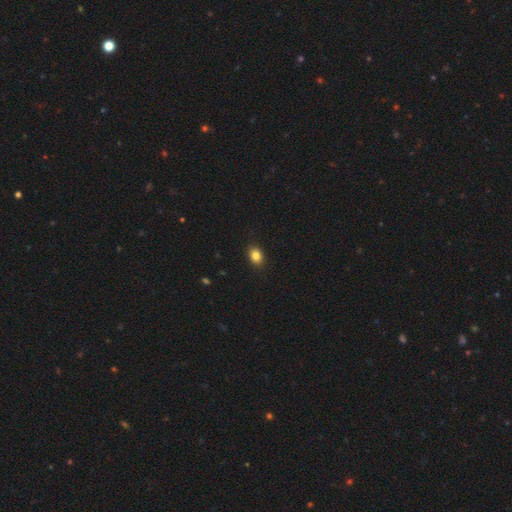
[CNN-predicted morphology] smooth 85%, star or artifact 10%, featured or disk 5%. Down the decision tree: how rounded — in between (63%); merging — none (89%).